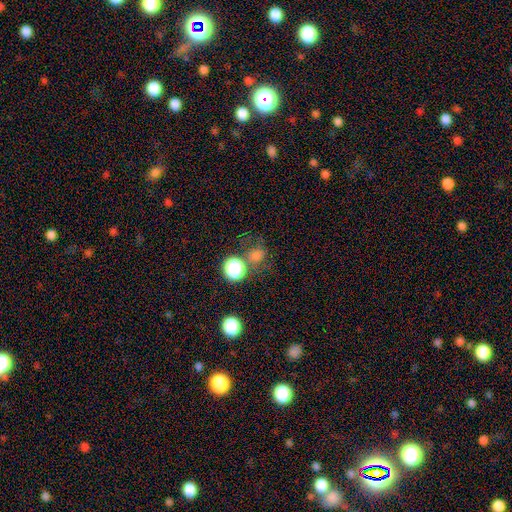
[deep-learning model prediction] Smooth or featured: smooth — 62% (star or artifact — 28%)
How rounded: round — 79% (in between — 20%)
Merging: none — 60% (minor disturbance — 15%)